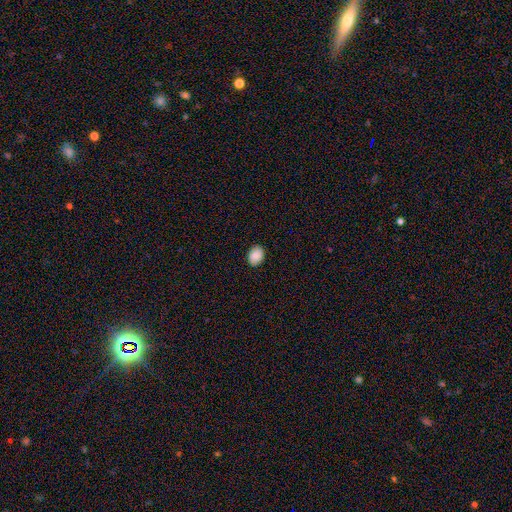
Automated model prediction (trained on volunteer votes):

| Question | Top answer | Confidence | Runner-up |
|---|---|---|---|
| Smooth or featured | smooth | 89% | star or artifact (7%) |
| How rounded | in between | 71% | round (28%) |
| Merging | none | 89% | minor disturbance (8%) |